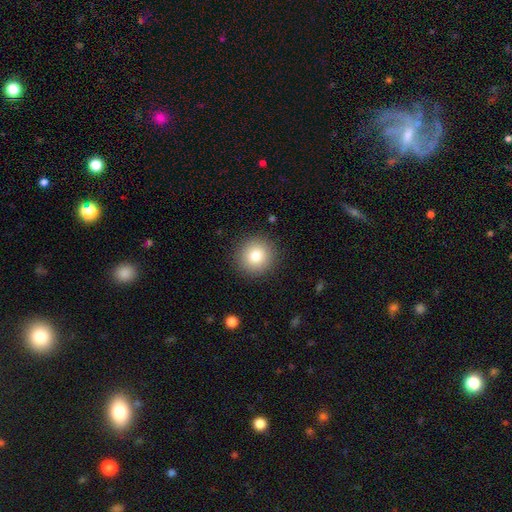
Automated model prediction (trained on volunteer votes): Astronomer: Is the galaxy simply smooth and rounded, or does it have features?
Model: smooth — 83%.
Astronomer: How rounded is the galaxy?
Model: round — 93%.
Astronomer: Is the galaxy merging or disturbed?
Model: none — 90%.